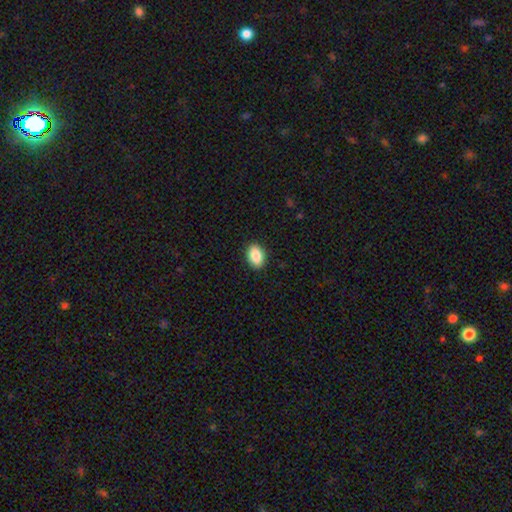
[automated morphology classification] Smooth or featured? smooth (87%)
How rounded? in between (86%)
Merging? none (90%)